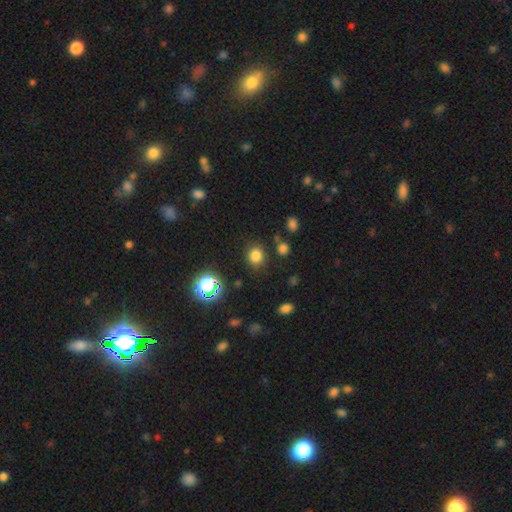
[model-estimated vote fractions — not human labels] Morphology: type=smooth (77%); roundness=round (79%); merging=none (84%).